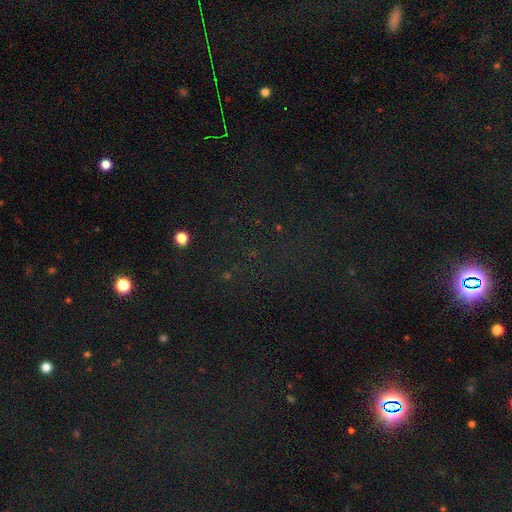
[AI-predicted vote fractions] The model was most divided on "smooth or featured": star or artifact: 69%, smooth: 20%, featured or disk: 11%.